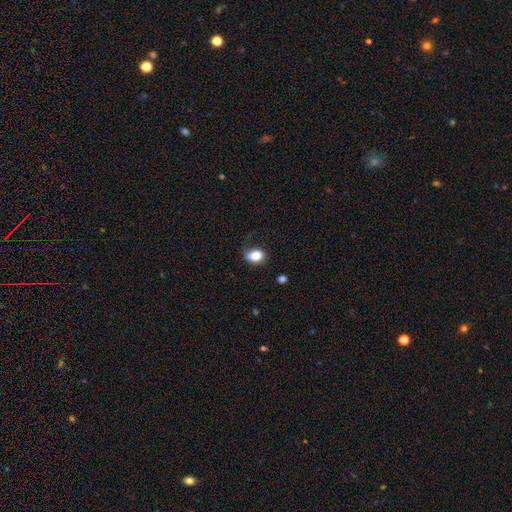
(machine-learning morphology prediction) smooth_or_featured: smooth (p=0.81) [alt: featured or disk p=0.10]
how_rounded: in between (p=0.77) [alt: round p=0.21]
merging: none (p=0.65) [alt: minor disturbance p=0.24]